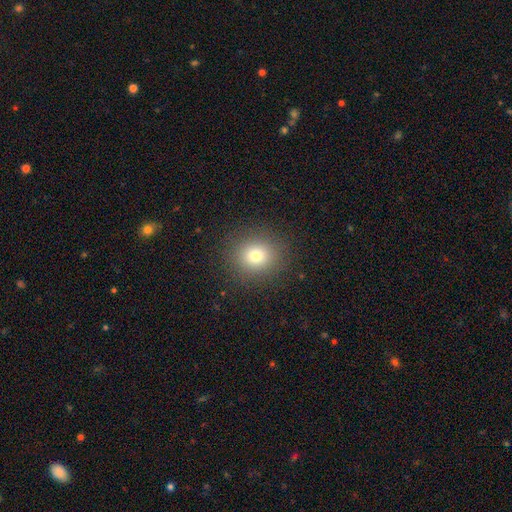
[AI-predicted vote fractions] Q: Smooth or featured?
A: smooth (76%); runner-up: star or artifact (15%)
Q: How rounded?
A: round (87%); runner-up: in between (12%)
Q: Merging?
A: none (89%); runner-up: minor disturbance (6%)